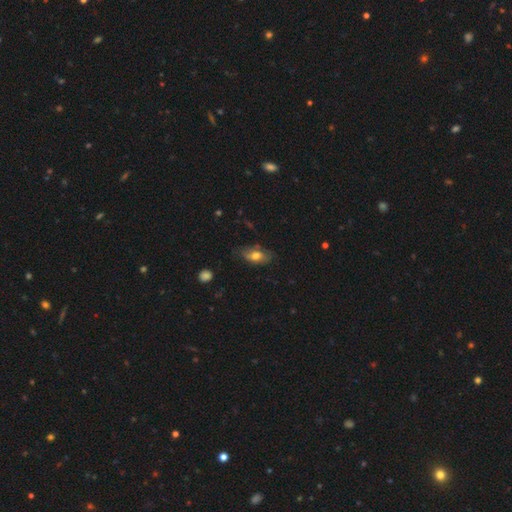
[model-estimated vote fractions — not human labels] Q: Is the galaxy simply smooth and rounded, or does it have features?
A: smooth — 64%.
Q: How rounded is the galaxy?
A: in between — 88%.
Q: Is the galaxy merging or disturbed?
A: none — 62%.